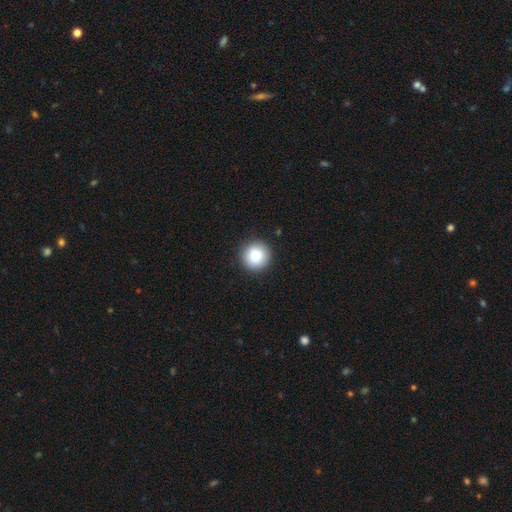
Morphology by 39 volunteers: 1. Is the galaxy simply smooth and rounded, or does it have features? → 90% smooth, 5% featured or disk, 5% star or artifact.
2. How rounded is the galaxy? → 94% round, 3% in between, 3% cigar-shaped.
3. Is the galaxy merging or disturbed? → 95% none, 3% minor disturbance, 3% major disturbance, 0% merger.